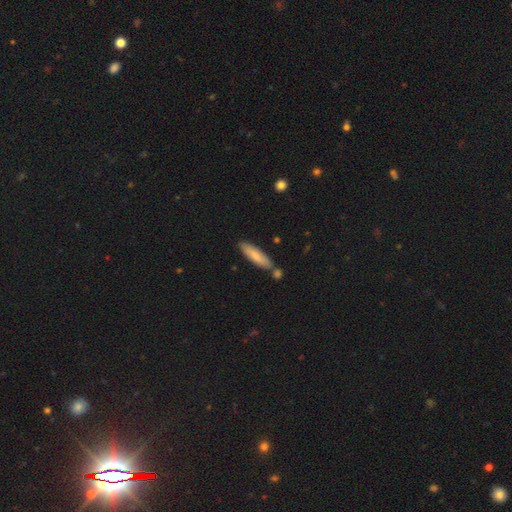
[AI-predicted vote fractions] Smooth or featured? Predicted: smooth (p=0.77). How rounded? Predicted: cigar-shaped (p=0.67). Merging? Predicted: none (p=0.74).